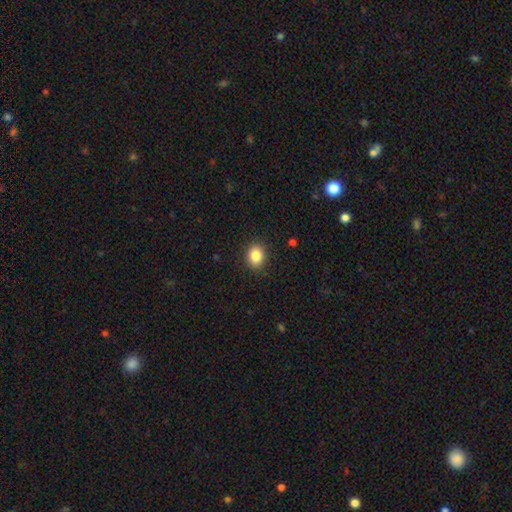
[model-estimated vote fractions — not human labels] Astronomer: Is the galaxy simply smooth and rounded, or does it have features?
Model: smooth — 86%.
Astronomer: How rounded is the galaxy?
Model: round — 50% (runner-up: in between, 49%).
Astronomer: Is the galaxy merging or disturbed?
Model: none — 89%.